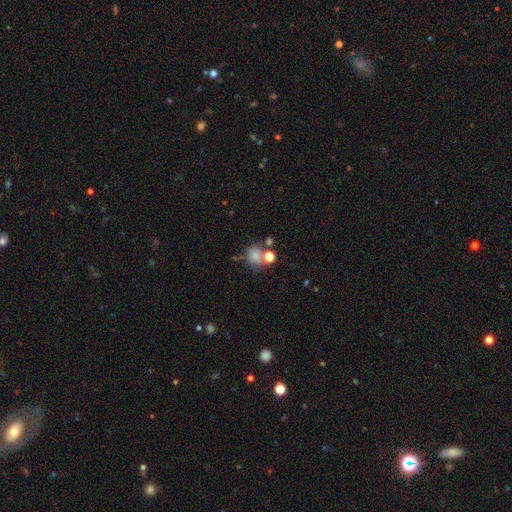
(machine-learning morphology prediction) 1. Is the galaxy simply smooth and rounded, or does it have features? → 72% smooth, 16% star or artifact, 12% featured or disk.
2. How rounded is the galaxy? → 68% round, 31% in between, 1% cigar-shaped.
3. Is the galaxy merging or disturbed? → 48% none, 27% merger, 15% minor disturbance, 10% major disturbance.